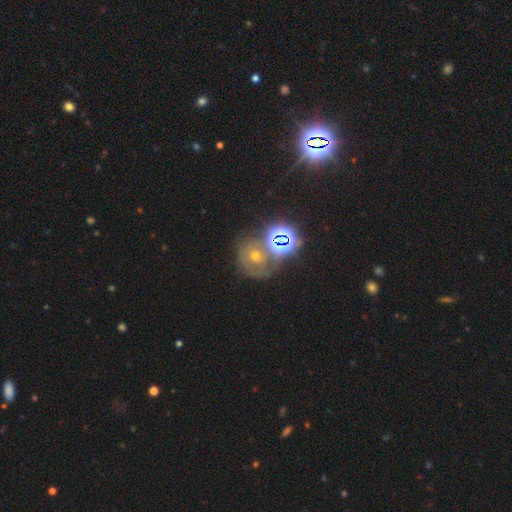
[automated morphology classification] Smooth or featured? Predicted: star or artifact (p=0.39).